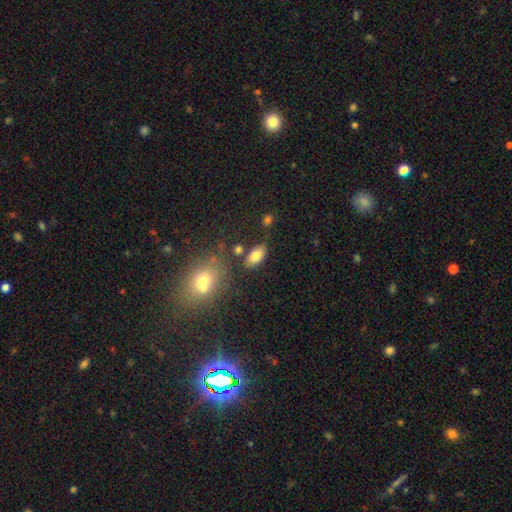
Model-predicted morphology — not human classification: This appears to be a smooth galaxy with no disk features (80%) that is in between round and cigar-shaped (91%). Merging: none (76%).